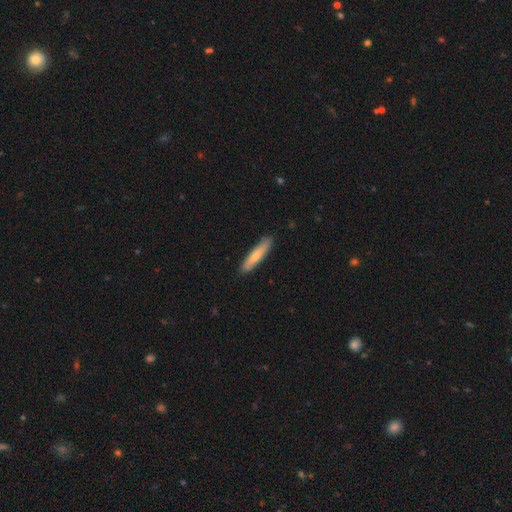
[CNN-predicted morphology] This appears to be a smooth galaxy with no disk features (72%) that is cigar-shaped (87%). Merging: none (89%).